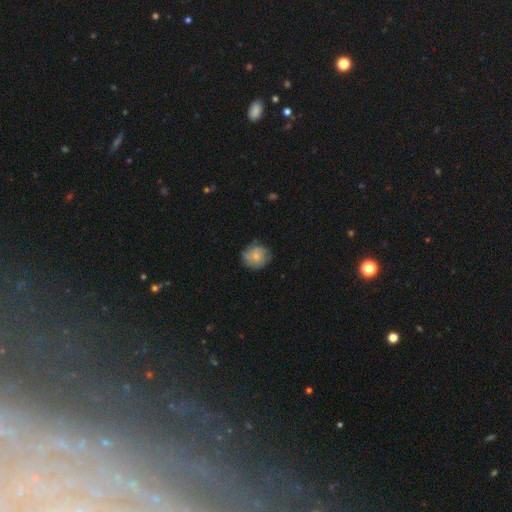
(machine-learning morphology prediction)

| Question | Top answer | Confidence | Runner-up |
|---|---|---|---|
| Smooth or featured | smooth | 63% | featured or disk (30%) |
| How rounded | round | 85% | in between (14%) |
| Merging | none | 72% | minor disturbance (21%) |